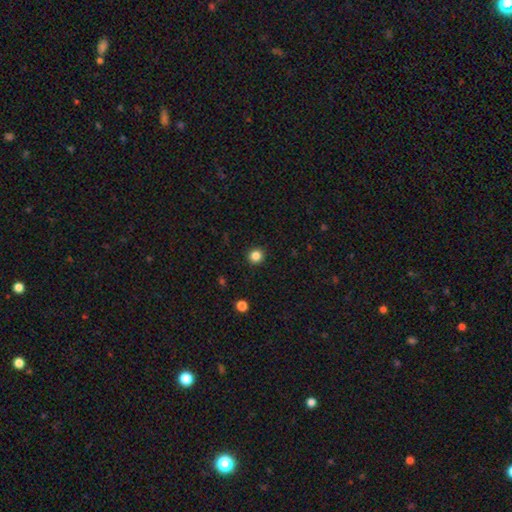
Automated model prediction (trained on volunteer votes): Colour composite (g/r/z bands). It shows a smooth galaxy with no disk features (84%) that is round (94%). Merging: none (93%).